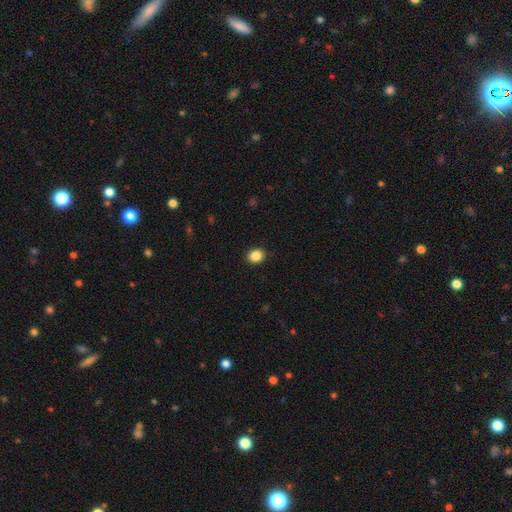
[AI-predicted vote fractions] A smooth galaxy with no disk features (87%) that is round (67%).

Vote fractions:
- Smooth or featured? smooth: 87% / star or artifact: 9% / featured or disk: 3%
- How rounded? round: 67% / in between: 32% / cigar-shaped: 1%
- Merging? none: 91% / minor disturbance: 6% / major disturbance: 2% / merger: 1%